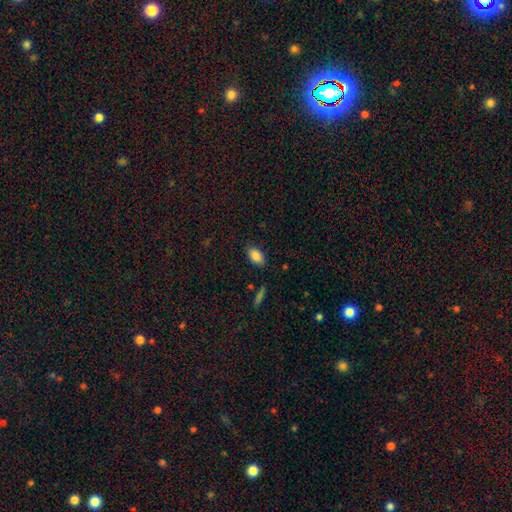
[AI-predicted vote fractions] Overall: smooth (86%). How rounded: in between (92%). Merging: none (84%).